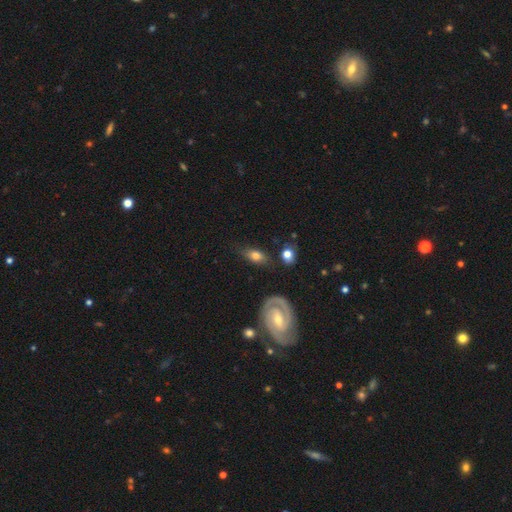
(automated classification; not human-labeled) Overall: smooth (61%; featured or disk 31%). How rounded: in between (78%). Merging: none (66%).